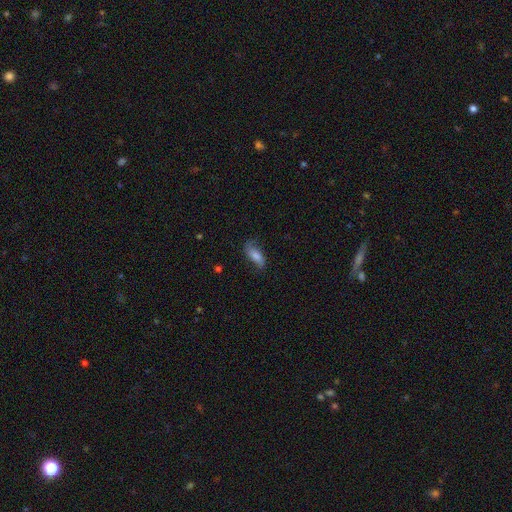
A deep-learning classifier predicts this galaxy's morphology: A smooth galaxy with no disk features (64%) that is in between round and cigar-shaped (74%). Merging: none (63%).